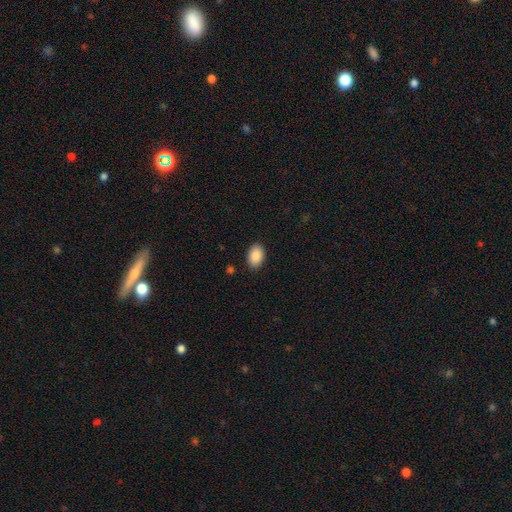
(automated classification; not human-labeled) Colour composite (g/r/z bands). It shows a smooth galaxy with no disk features (89%) that is in between round and cigar-shaped (90%). Merging: none (89%).